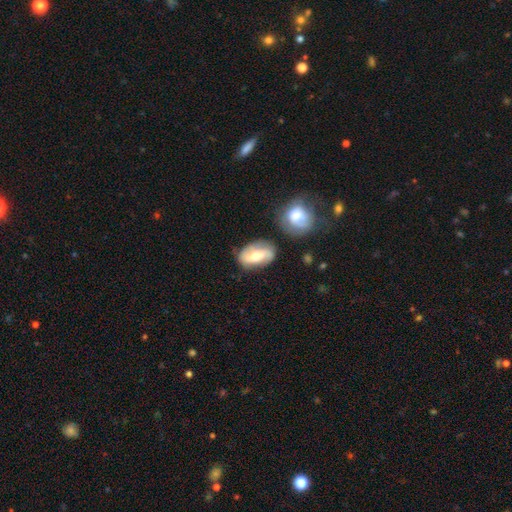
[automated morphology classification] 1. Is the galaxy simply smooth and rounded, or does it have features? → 51% featured or disk, 42% smooth, 7% star or artifact.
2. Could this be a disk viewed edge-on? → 91% no, 9% yes.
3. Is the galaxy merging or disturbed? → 68% none, 19% minor disturbance, 8% merger, 6% major disturbance.